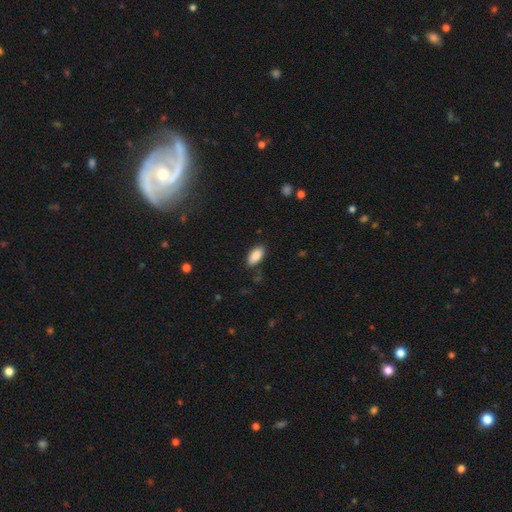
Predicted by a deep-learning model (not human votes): A smooth galaxy with no disk features (88%) that is in between round and cigar-shaped (92%).

Vote fractions:
- Smooth or featured? smooth: 88% / star or artifact: 7% / featured or disk: 5%
- How rounded? in between: 92% / cigar-shaped: 6% / round: 2%
- Merging? none: 84% / minor disturbance: 11% / major disturbance: 3% / merger: 1%